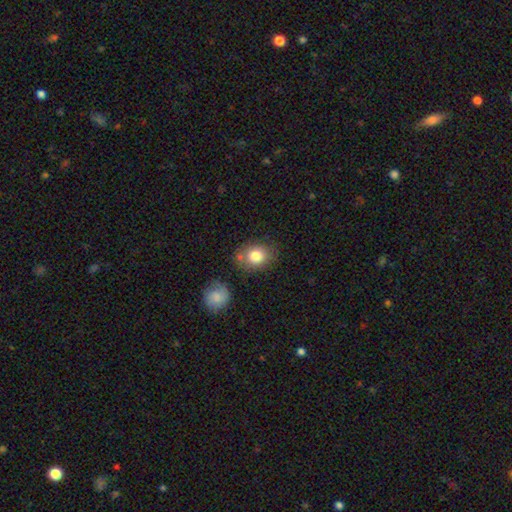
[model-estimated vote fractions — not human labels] smooth_or_featured: smooth (p=0.81) [alt: featured or disk p=0.10]
how_rounded: round (p=0.54) [alt: in between p=0.45]
merging: none (p=0.71) [alt: minor disturbance p=0.16]